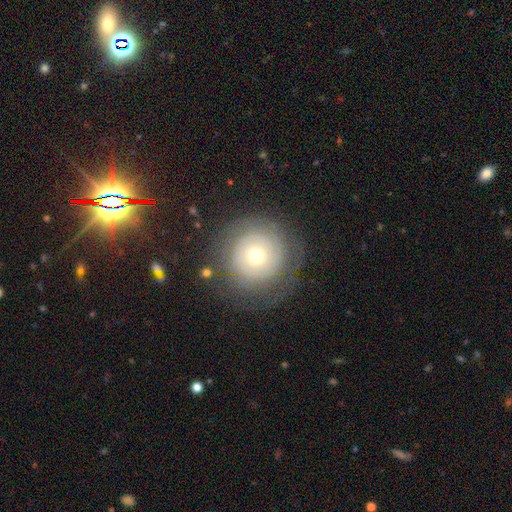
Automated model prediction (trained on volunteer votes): Overall: featured or disk (51%; smooth 39%). Edge-on disk: no (97%). Merging: none (76%).